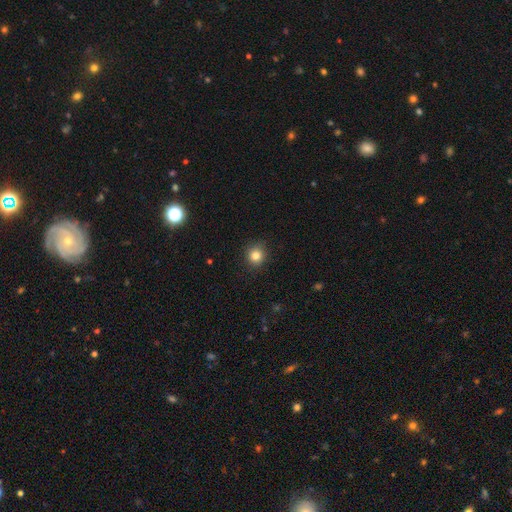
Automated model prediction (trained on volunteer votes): Q: Smooth or featured?
A: smooth (82%); runner-up: star or artifact (12%)
Q: How rounded?
A: round (90%); runner-up: in between (9%)
Q: Merging?
A: none (89%); runner-up: minor disturbance (8%)